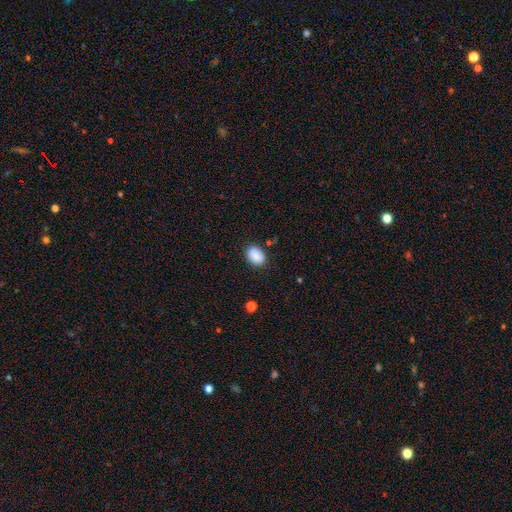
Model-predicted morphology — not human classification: Q: Smooth or featured?
A: smooth (88%); runner-up: star or artifact (8%)
Q: How rounded?
A: in between (75%); runner-up: round (24%)
Q: Merging?
A: none (83%); runner-up: minor disturbance (13%)